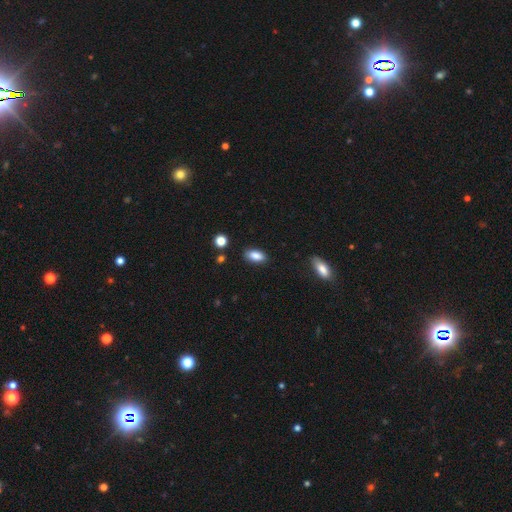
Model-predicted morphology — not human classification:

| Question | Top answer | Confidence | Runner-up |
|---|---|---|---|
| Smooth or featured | smooth | 87% | star or artifact (8%) |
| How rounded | in between | 89% | cigar-shaped (7%) |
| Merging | none | 85% | minor disturbance (11%) |